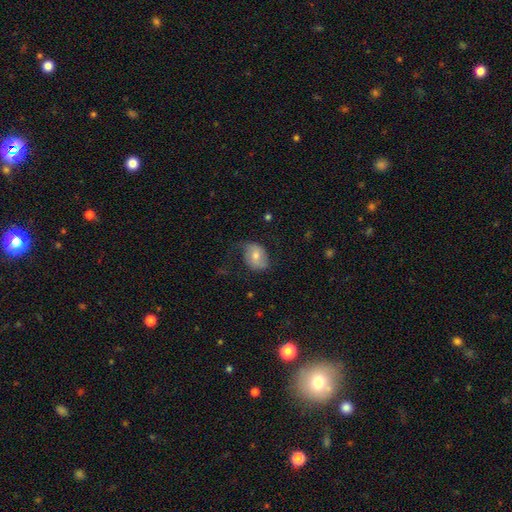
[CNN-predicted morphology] Overall: smooth (55%; featured or disk 38%). How rounded: in between (63%; round 36%). Merging: none (54%; minor disturbance 28%).